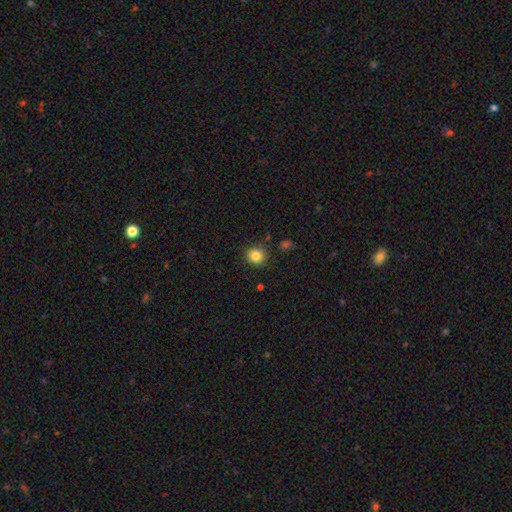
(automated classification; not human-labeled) This appears to be a smooth galaxy with no disk features (84%) that is round (88%). Merging: none (83%).